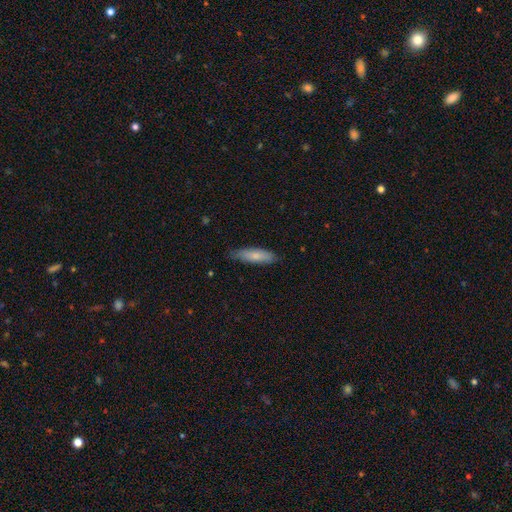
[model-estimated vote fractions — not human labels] Smooth or featured?
  - smooth: 74% *
  - featured or disk: 20%
  - star or artifact: 6%
How rounded?
  - cigar-shaped: 62% *
  - in between: 37%
  - round: 2%
Merging?
  - none: 80% *
  - minor disturbance: 17%
  - major disturbance: 2%
  - merger: 1%